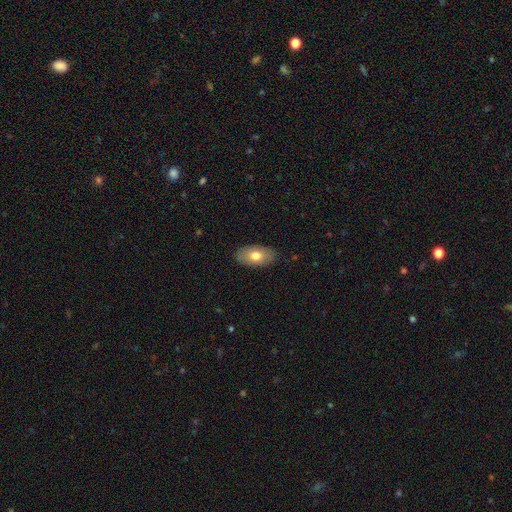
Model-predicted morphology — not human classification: A smooth galaxy with no disk features (73%) that is in between round and cigar-shaped (93%).

Vote fractions:
- Smooth or featured? smooth: 73% / featured or disk: 21% / star or artifact: 6%
- How rounded? in between: 93% / round: 4% / cigar-shaped: 2%
- Merging? none: 87% / minor disturbance: 10% / major disturbance: 2% / merger: 1%